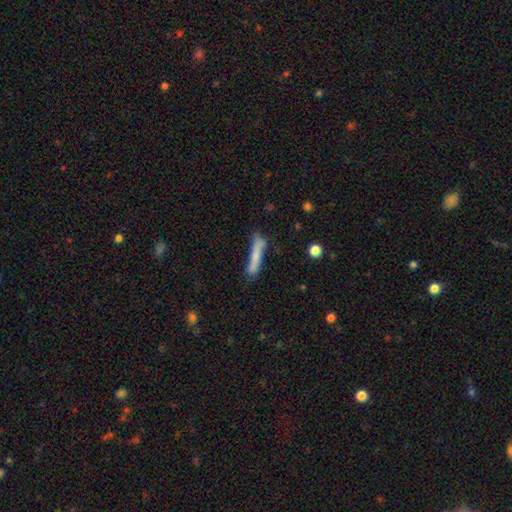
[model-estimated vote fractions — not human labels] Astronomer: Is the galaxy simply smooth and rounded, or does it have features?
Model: smooth — 65%.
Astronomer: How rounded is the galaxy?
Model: cigar-shaped — 91%.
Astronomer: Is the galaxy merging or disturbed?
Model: none — 65%.